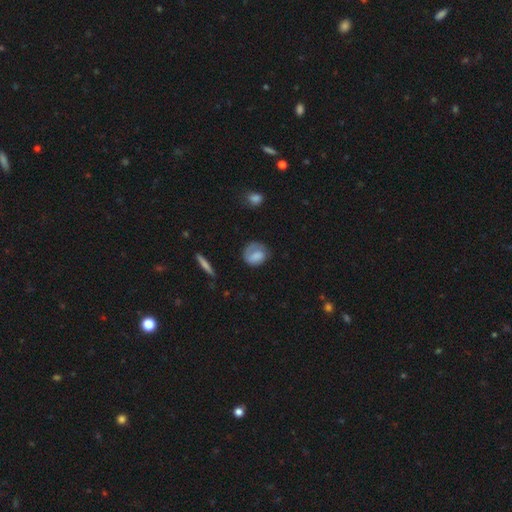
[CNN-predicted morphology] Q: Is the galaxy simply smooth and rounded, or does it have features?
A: smooth — 67%.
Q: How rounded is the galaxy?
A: round — 64%.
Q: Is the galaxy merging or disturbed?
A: none — 56%.